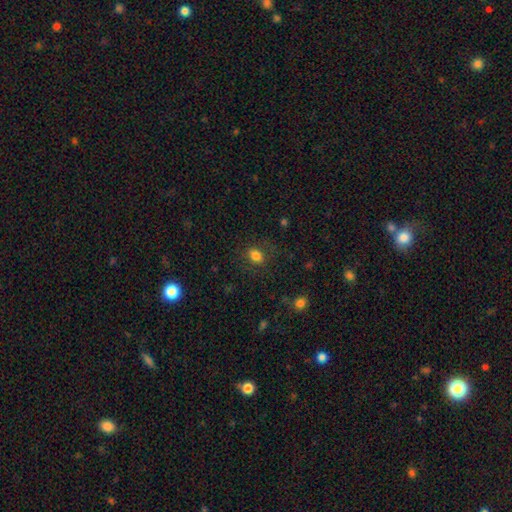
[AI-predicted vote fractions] smooth 81%, star or artifact 12%, featured or disk 7%. Down the decision tree: how rounded — in between (61%); merging — none (79%).